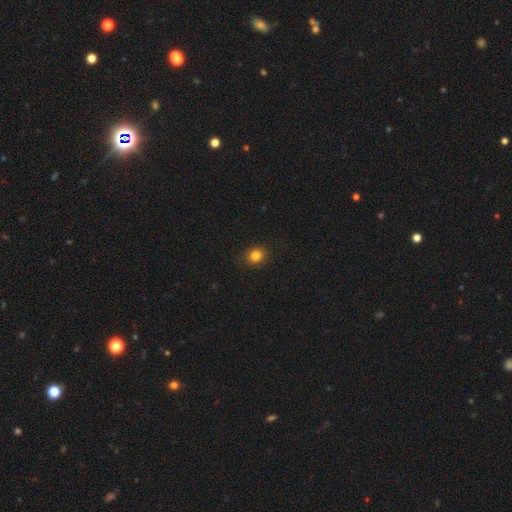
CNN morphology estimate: Overall: smooth (83%). How rounded: round (80%). Merging: none (91%).